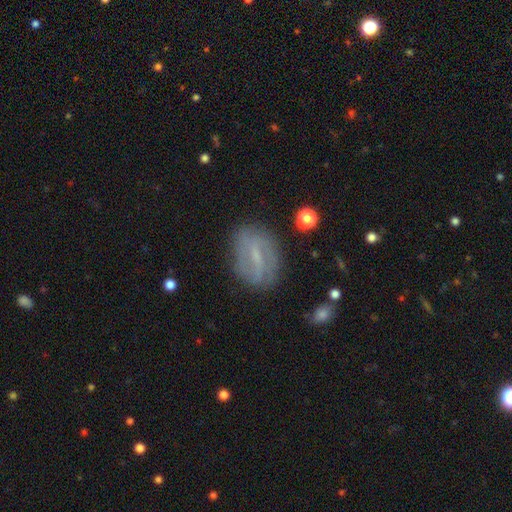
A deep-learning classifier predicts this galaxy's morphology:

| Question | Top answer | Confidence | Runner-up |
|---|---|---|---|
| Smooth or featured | featured or disk | 64% | smooth (28%) |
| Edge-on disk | no | 93% | yes (7%) |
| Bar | weak | 46% | strong (40%) |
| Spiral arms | yes | 68% | no (32%) |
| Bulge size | small | 57% | none (24%) |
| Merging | none | 77% | minor disturbance (16%) |